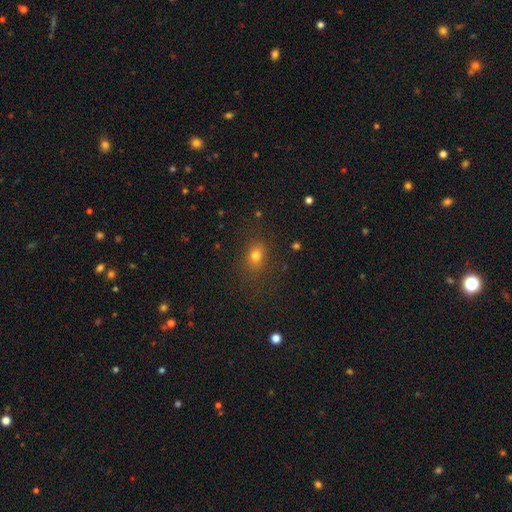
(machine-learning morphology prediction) smooth 74%, star or artifact 15%, featured or disk 10%. Down the decision tree: how rounded — in between (65%); merging — none (78%).